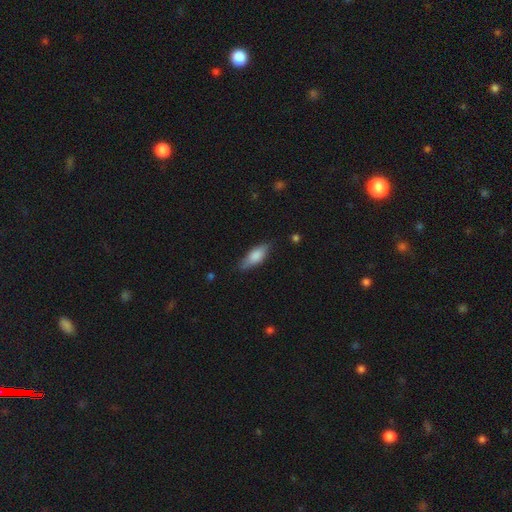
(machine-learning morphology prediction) A smooth galaxy with no disk features (72%) that is in between round and cigar-shaped (65%).

Vote fractions:
- Smooth or featured? smooth: 72% / featured or disk: 22% / star or artifact: 6%
- How rounded? in between: 65% / cigar-shaped: 33% / round: 2%
- Merging? none: 76% / minor disturbance: 19% / major disturbance: 4% / merger: 1%